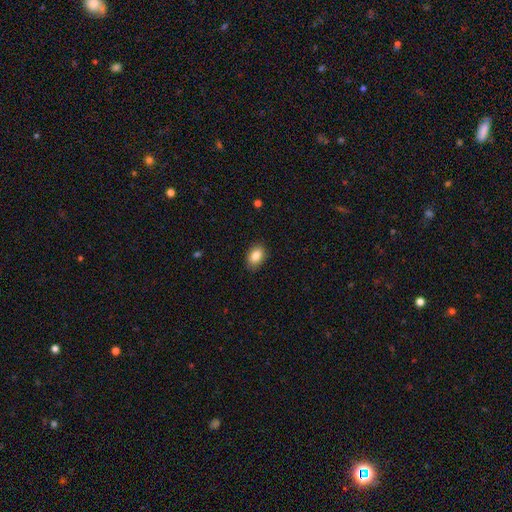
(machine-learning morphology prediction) This appears to be a smooth galaxy with no disk features (84%) that is in between round and cigar-shaped (84%). Merging: none (84%).